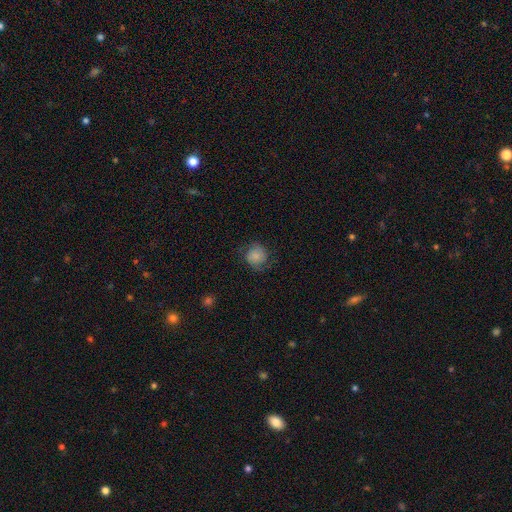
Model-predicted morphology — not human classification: smooth-or-featured: smooth: 59% | featured or disk: 31% | star or artifact: 9%
  how-rounded: round: 86% | in between: 13% | cigar-shaped: 1%
  merging: none: 72% | minor disturbance: 18% | major disturbance: 9% | merger: 1%